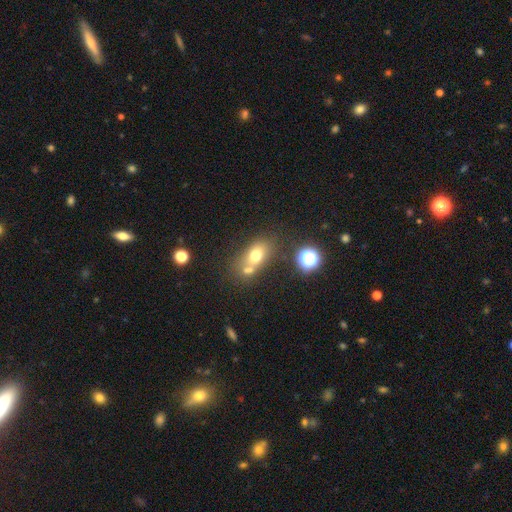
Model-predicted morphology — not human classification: Smooth or featured?
  - smooth: 67% *
  - featured or disk: 18%
  - star or artifact: 15%
How rounded?
  - in between: 66% *
  - round: 30%
  - cigar-shaped: 4%
Merging?
  - none: 46% *
  - merger: 36%
  - minor disturbance: 13%
  - major disturbance: 6%